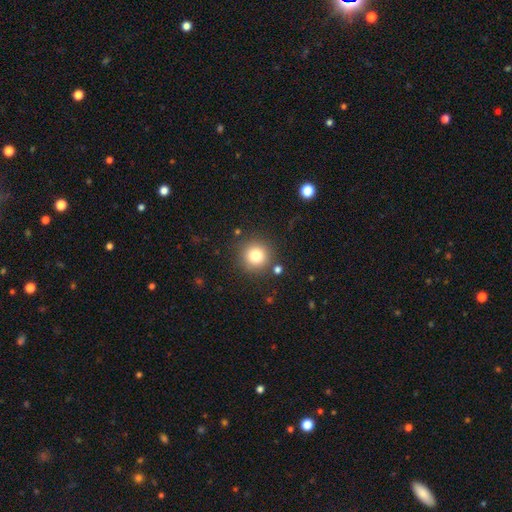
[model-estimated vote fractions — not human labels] A smooth galaxy with no disk features (79%) that is round (95%).

Vote fractions:
- Smooth or featured? smooth: 79% / star or artifact: 13% / featured or disk: 8%
- How rounded? round: 95% / in between: 4% / cigar-shaped: 1%
- Merging? none: 86% / minor disturbance: 7% / merger: 4% / major disturbance: 3%